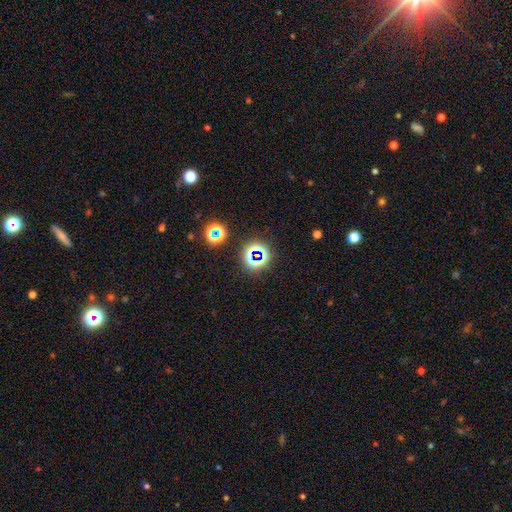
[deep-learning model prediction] This appears to be a star or artifact, not a galaxy (68%).